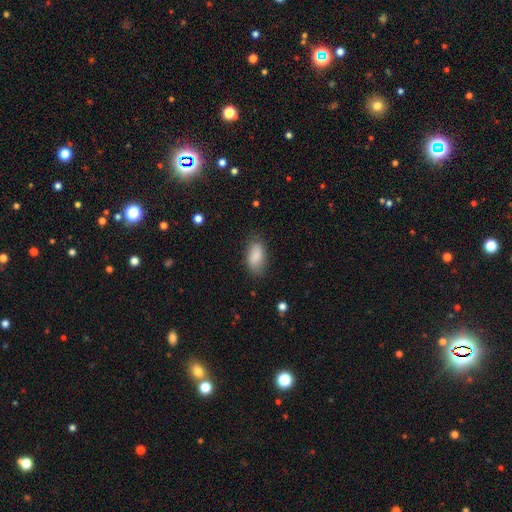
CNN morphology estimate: smooth 87%, star or artifact 7%, featured or disk 6%. Down the decision tree: how rounded — in between (92%); merging — none (77%).